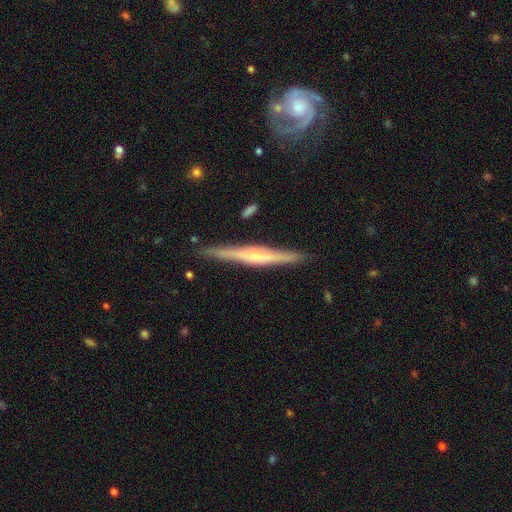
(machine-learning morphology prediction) Smooth or featured? featured or disk (76%)
Edge-on disk? yes (98%)
Edge-on bulge? rounded (72%)
Merging? none (89%)